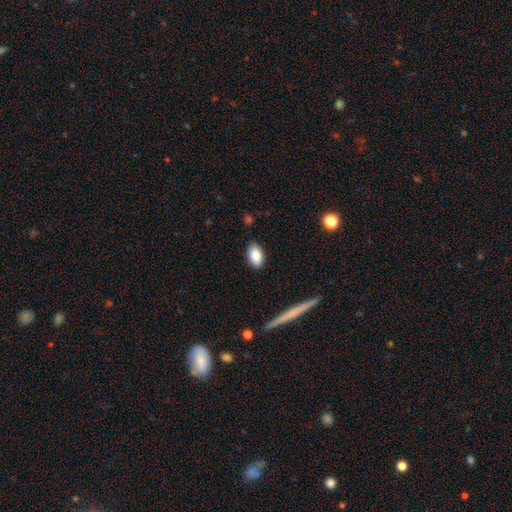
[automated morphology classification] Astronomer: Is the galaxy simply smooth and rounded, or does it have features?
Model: smooth — 85%.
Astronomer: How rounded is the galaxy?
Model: in between — 92%.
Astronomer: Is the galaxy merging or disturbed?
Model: none — 87%.